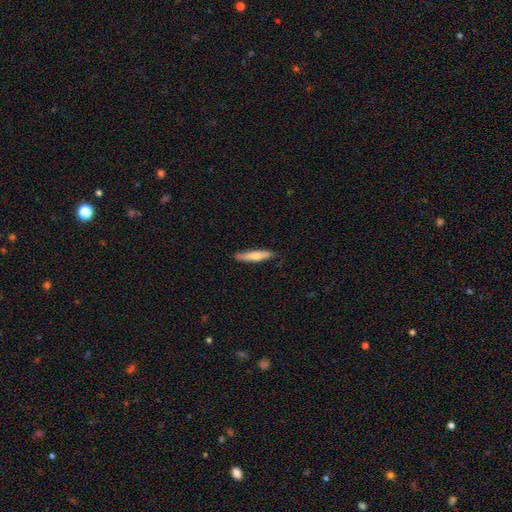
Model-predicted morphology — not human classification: This is likely a smooth galaxy (61%). How rounded: clearly cigar-shaped (84%). Merging: clearly none (86%).